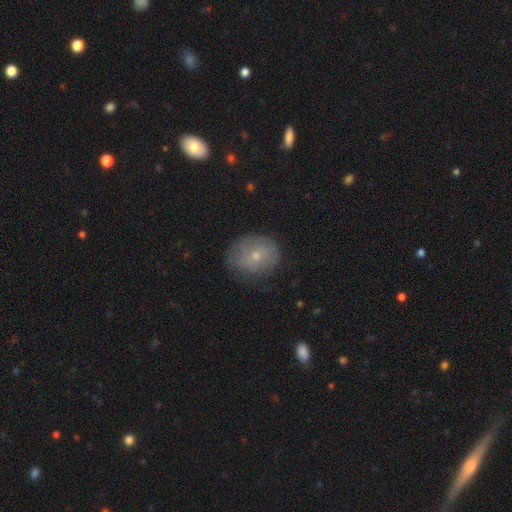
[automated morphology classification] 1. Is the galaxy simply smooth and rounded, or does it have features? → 60% smooth, 30% featured or disk, 10% star or artifact.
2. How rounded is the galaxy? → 56% round, 43% in between, 1% cigar-shaped.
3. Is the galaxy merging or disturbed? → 70% none, 21% minor disturbance, 7% major disturbance, 1% merger.